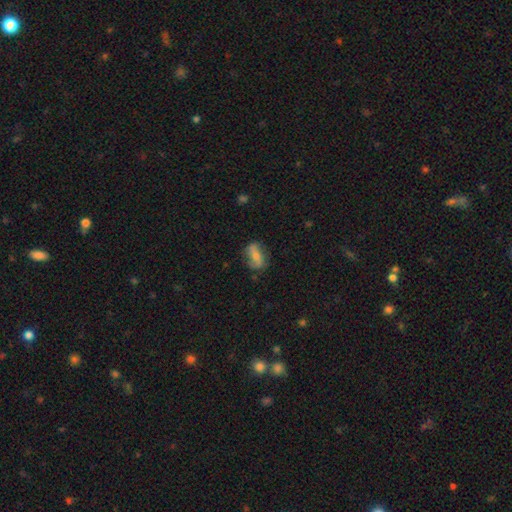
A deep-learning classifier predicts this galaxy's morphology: Overall: smooth (49%; featured or disk 42%). Merging: none (69%).